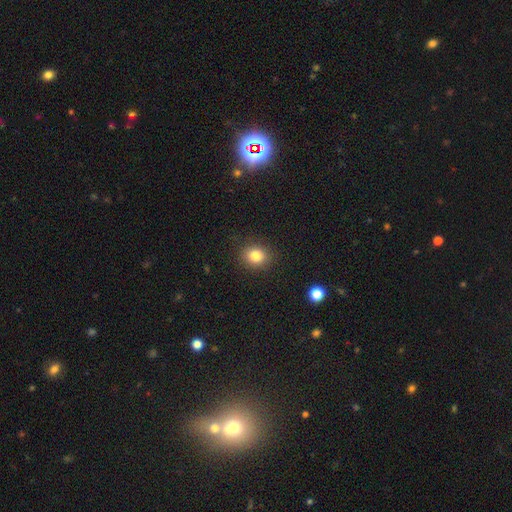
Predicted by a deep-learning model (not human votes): Smooth or featured? Predicted: smooth (p=0.83). How rounded? Predicted: round (p=0.68). Merging? Predicted: none (p=0.88).